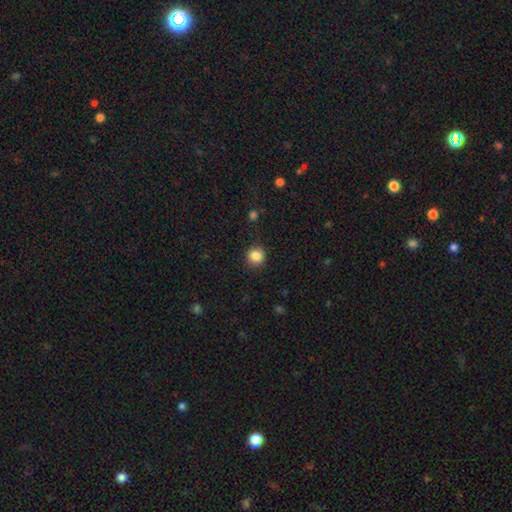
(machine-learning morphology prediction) A smooth galaxy with no disk features (86%) that is round (93%). Merging: none (90%).